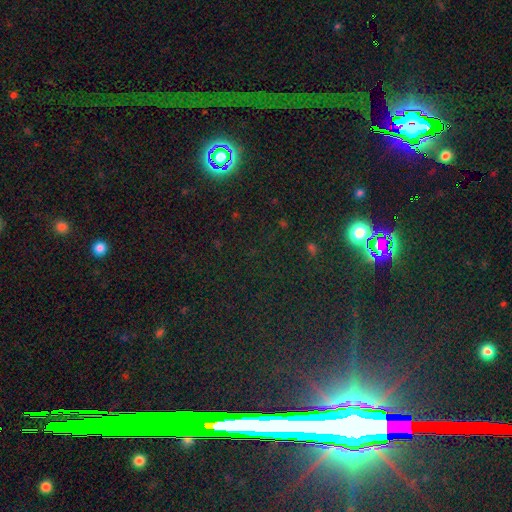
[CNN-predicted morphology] smooth_or_featured: star or artifact (p=0.75) [alt: smooth p=0.13]